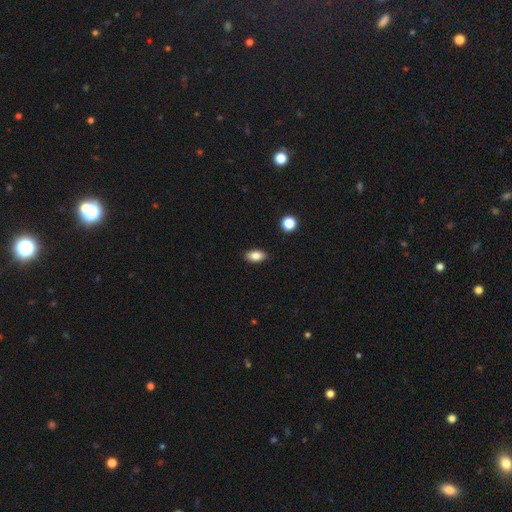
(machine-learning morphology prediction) Smooth or featured?
  - smooth: 85% *
  - star or artifact: 9%
  - featured or disk: 7%
How rounded?
  - in between: 90% *
  - round: 7%
  - cigar-shaped: 3%
Merging?
  - none: 89% *
  - minor disturbance: 8%
  - major disturbance: 2%
  - merger: 1%